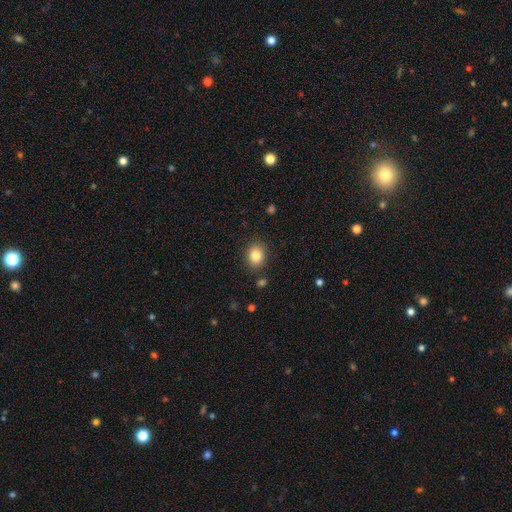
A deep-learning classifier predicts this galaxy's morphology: Q: Smooth or featured?
A: smooth (84%); runner-up: star or artifact (10%)
Q: How rounded?
A: round (53%); runner-up: in between (46%)
Q: Merging?
A: none (87%); runner-up: minor disturbance (9%)